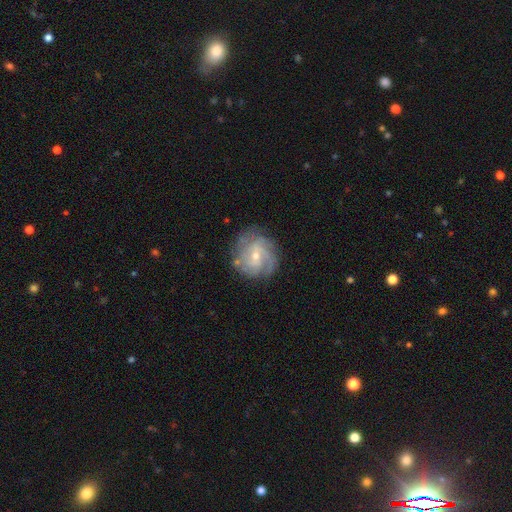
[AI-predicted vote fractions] The model was most divided on "spiral arm count": 3: 30%, can't tell: 26%, 2: 19%, 4: 14%, 1: 5%, more than 4: 5%. Remaining: edge-on disk — no (98%); spiral arms — yes (95%); smooth or featured — featured or disk (82%); merging — none (76%); bulge size — small (59%); spiral winding — tight (52%); bar — no (49%).